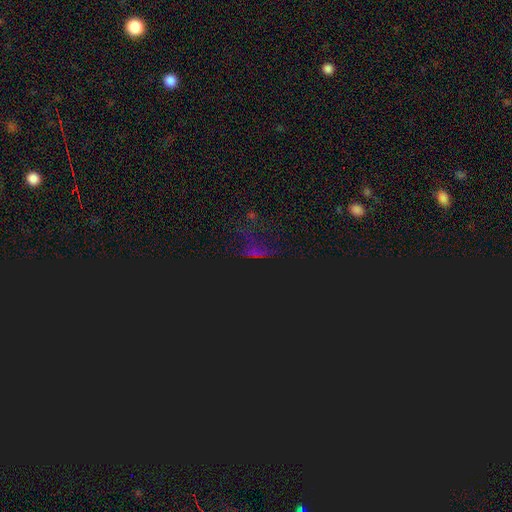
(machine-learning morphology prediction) A star or artifact, not a galaxy (74%).

Vote fractions:
- Smooth or featured? star or artifact: 74% / smooth: 16% / featured or disk: 10%